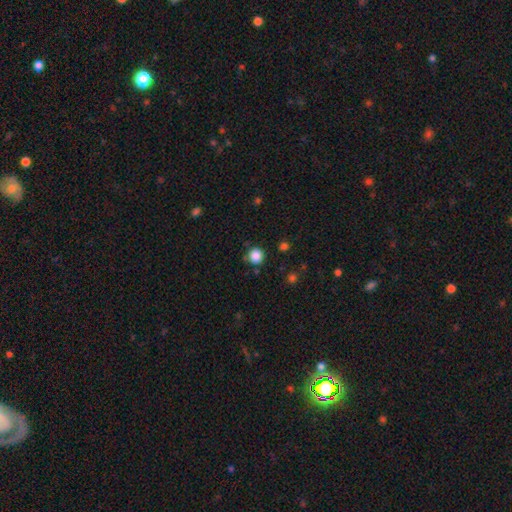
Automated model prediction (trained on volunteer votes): This is clearly a smooth galaxy (86%). How rounded: clearly round (94%). Merging: clearly none (85%).